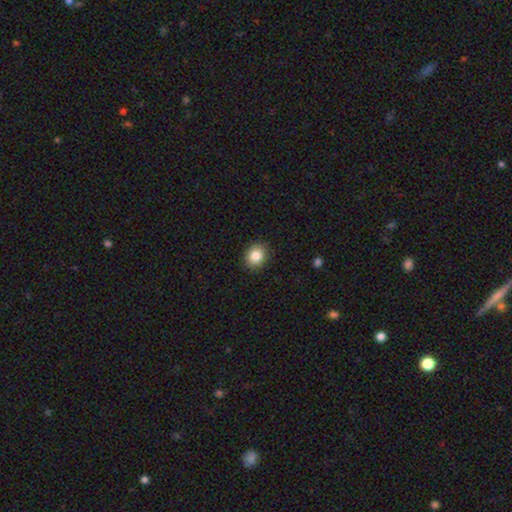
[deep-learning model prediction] This appears to be a smooth galaxy with no disk features (84%) that is round (58%). Merging: none (91%).